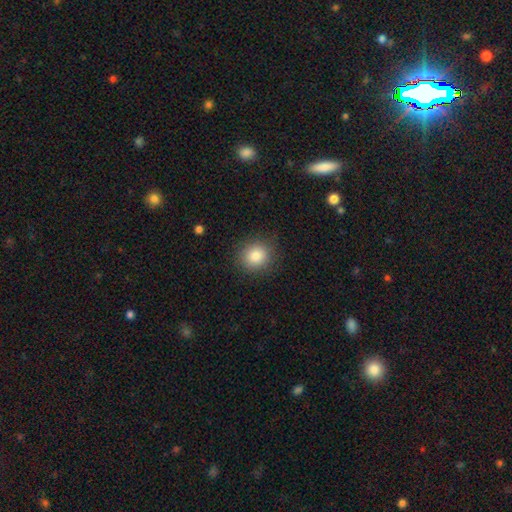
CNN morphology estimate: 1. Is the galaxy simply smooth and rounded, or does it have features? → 84% smooth, 10% star or artifact, 6% featured or disk.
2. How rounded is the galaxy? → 82% round, 17% in between, 1% cigar-shaped.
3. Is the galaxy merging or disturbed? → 87% none, 9% minor disturbance, 3% major disturbance, 1% merger.